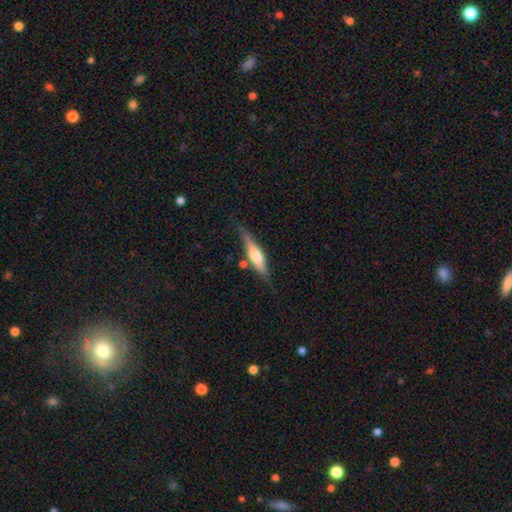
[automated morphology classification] type=featured or disk (56%); edge-on=yes (94%); edge-on bulge=rounded (70%); merging=none (73%).